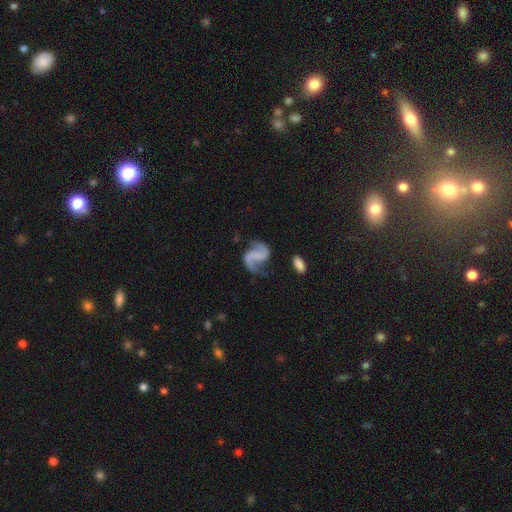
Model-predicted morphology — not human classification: This appears to be a featured or disk galaxy (86%) with no bar (45%), 2 (91%) loose (58%) spiral arms (96%) and no central bulge (71%). Merging: none (69%).